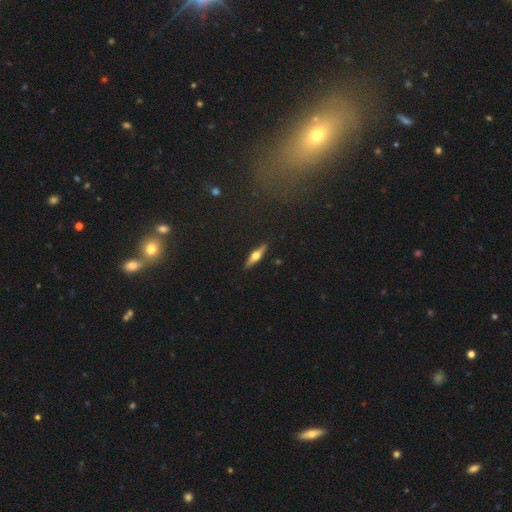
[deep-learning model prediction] A featured or disk galaxy (70%) viewed edge-on (97%) with a rounded central bulge (95%).

Vote fractions:
- Smooth or featured? featured or disk: 70% / smooth: 24% / star or artifact: 6%
- Edge-on disk? yes: 97% / no: 3%
- Edge-on bulge? rounded: 95% / boxy: 3% / none: 2%
- Merging? none: 91% / minor disturbance: 6% / major disturbance: 1% / merger: 1%